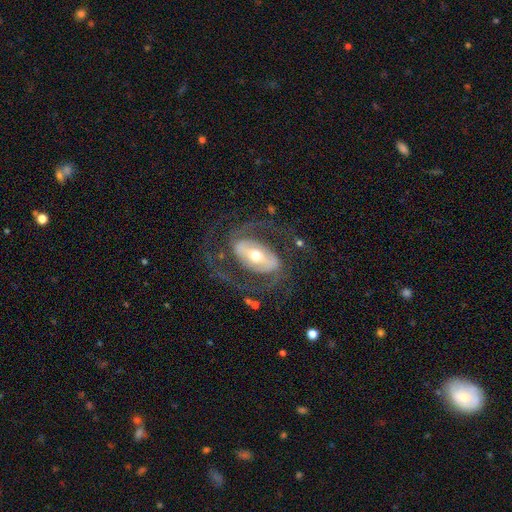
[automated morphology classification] Smooth or featured?
  - featured or disk: 88% *
  - smooth: 7%
  - star or artifact: 5%
Edge-on disk?
  - no: 96% *
  - yes: 4%
Bar?
  - strong: 53% *
  - weak: 31%
  - no: 16%
Spiral arms?
  - yes: 93% *
  - no: 7%
Spiral winding?
  - medium: 54% *
  - loose: 24%
  - tight: 21%
Spiral arm count?
  - 2: 89% *
  - can't tell: 4%
  - 3: 2%
  - 1: 2%
  - 4: 1%
  - more than 4: 1%
Bulge size?
  - moderate: 63% *
  - small: 25%
  - large: 9%
  - dominant: 1%
  - none: 1%
Merging?
  - none: 71% *
  - major disturbance: 16%
  - minor disturbance: 12%
  - merger: 2%